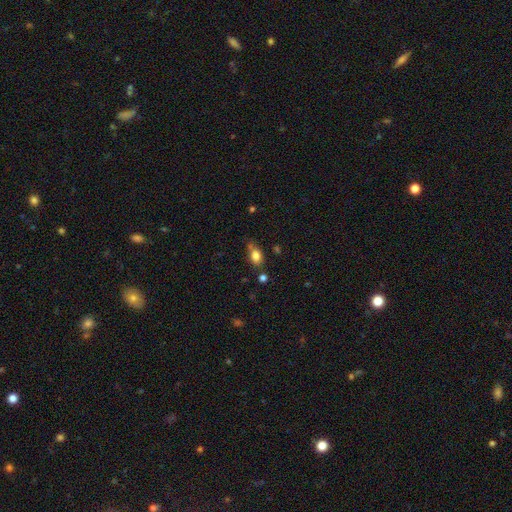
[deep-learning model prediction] This appears to be a smooth galaxy with no disk features (81%) that is in between round and cigar-shaped (80%). Merging: none (62%).